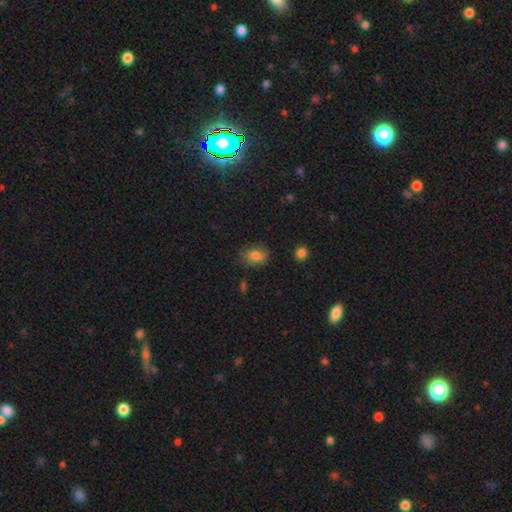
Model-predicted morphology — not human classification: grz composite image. It shows a smooth galaxy with no disk features (82%) that is in between round and cigar-shaped (75%). Merging: none (75%).